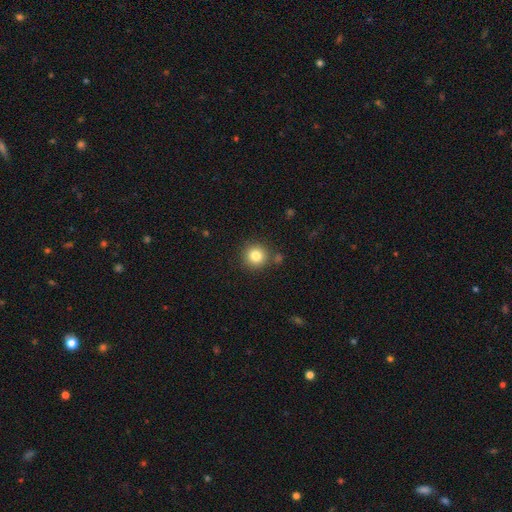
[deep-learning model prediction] smooth 82%, star or artifact 11%, featured or disk 7%. Down the decision tree: how rounded — round (94%); merging — none (84%).